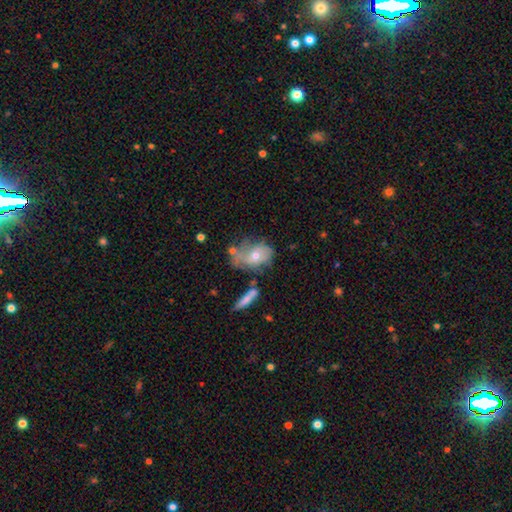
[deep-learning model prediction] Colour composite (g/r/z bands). It shows a smooth galaxy with no disk features (51%) that is in between round and cigar-shaped (75%). Merging: none (32%).